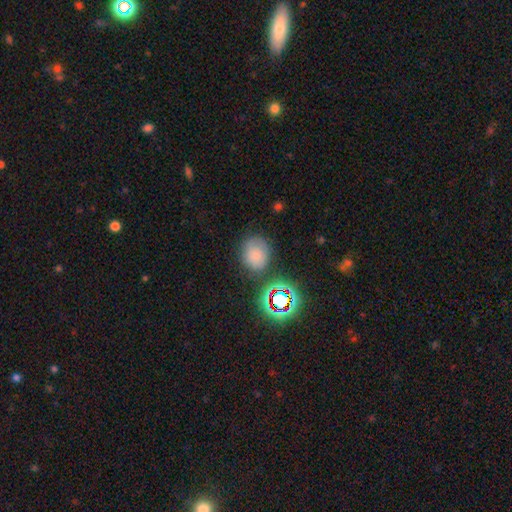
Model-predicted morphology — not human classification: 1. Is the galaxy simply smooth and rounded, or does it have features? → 71% smooth, 19% star or artifact, 10% featured or disk.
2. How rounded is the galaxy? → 72% round, 27% in between, 1% cigar-shaped.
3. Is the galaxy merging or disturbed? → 74% none, 16% minor disturbance, 5% merger, 5% major disturbance.